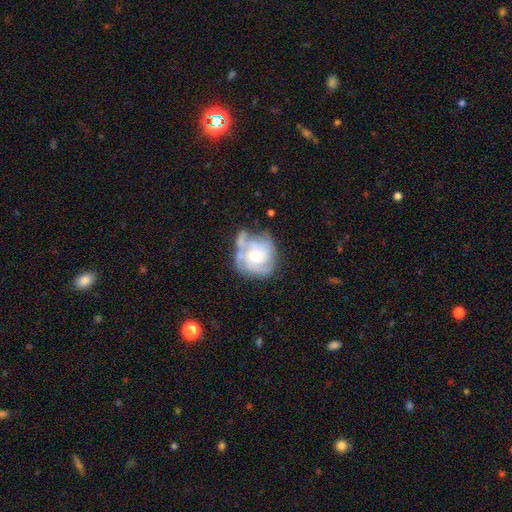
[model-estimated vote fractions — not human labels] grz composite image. It shows a featured or disk galaxy (74%) with no bar (77%), tight (56%) spiral arms (85%) and a moderate central bulge (57%). Merging: none (49%).